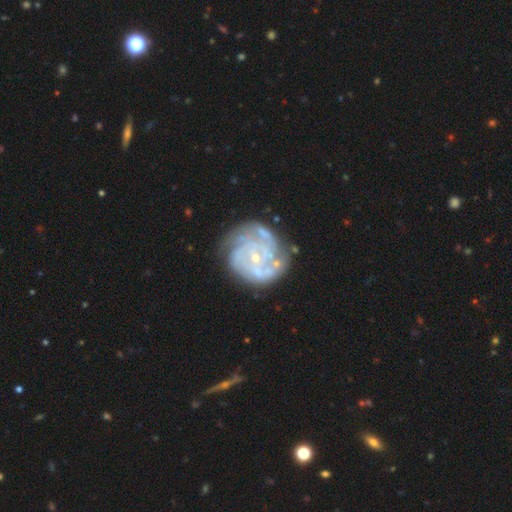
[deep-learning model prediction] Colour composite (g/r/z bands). It shows a featured or disk galaxy (83%) with no bar (71%), tight (65%) spiral arms (93%) and a small central bulge (79%). Merging: none (70%).